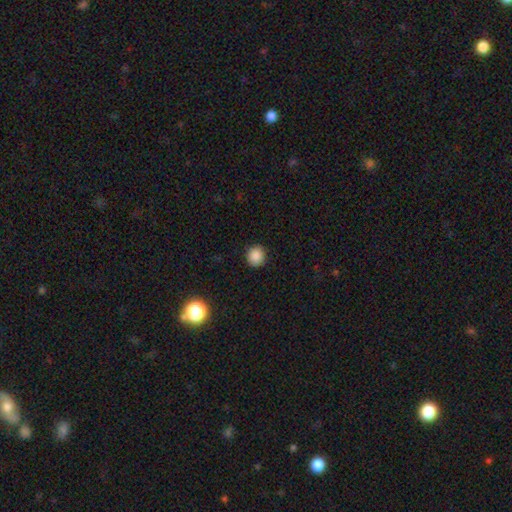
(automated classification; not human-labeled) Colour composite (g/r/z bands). It shows a smooth galaxy with no disk features (87%) that is round (90%). Merging: none (90%).